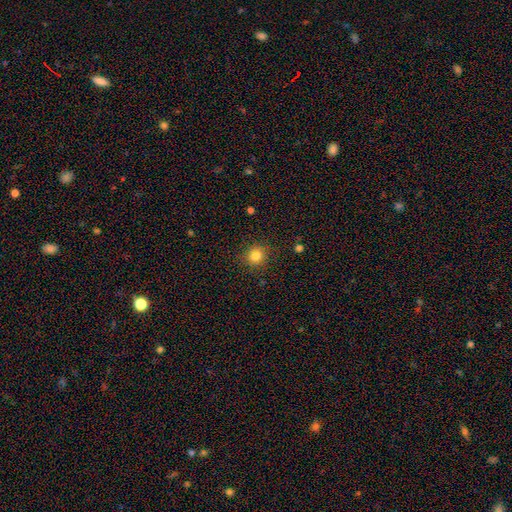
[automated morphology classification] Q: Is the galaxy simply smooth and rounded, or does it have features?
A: smooth — 82%.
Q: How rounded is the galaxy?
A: round — 90%.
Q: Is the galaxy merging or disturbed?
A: none — 89%.